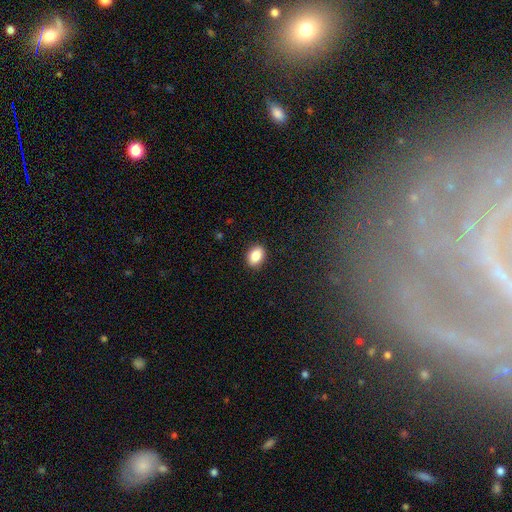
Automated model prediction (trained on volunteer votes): Morphology: type=smooth (87%); roundness=in between (80%); merging=none (88%).